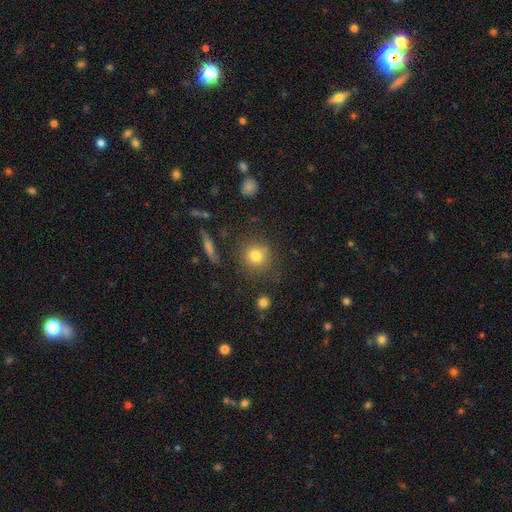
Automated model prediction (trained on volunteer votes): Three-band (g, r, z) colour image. It shows a smooth galaxy with no disk features (79%) that is round (89%). Merging: none (79%).